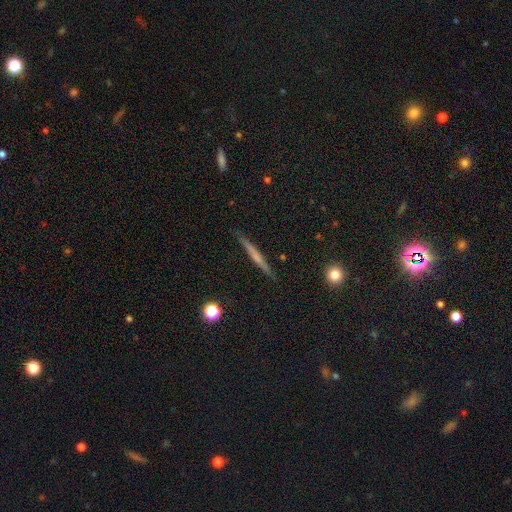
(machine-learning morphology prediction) Smooth or featured? Predicted: featured or disk (p=0.54). Edge-on disk? Predicted: yes (p=0.97). Edge-on bulge? Predicted: none (p=0.71). Merging? Predicted: none (p=0.89).